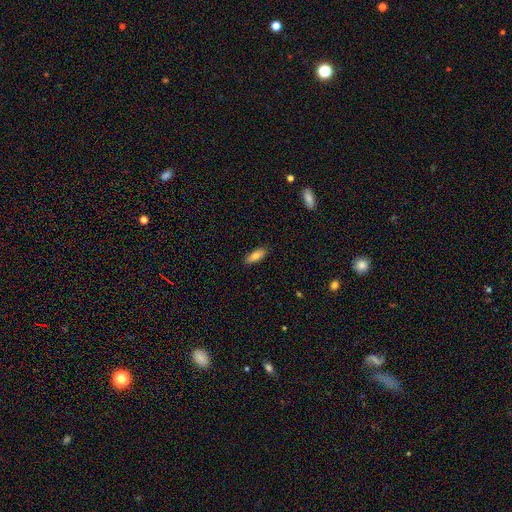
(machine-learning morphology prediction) Smooth or featured?
  - smooth: 78% *
  - featured or disk: 16%
  - star or artifact: 7%
How rounded?
  - in between: 72% *
  - cigar-shaped: 26%
  - round: 2%
Merging?
  - none: 87% *
  - minor disturbance: 10%
  - major disturbance: 2%
  - merger: 1%